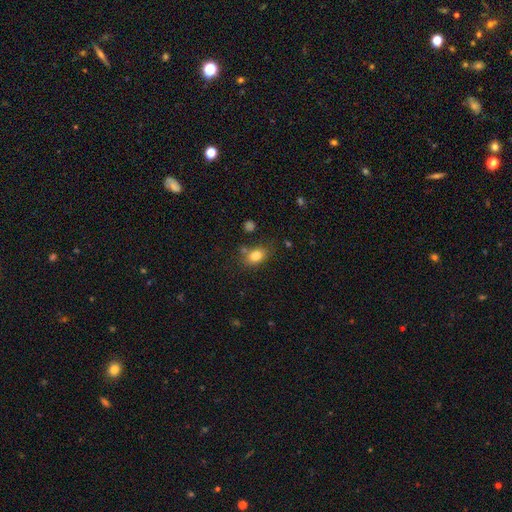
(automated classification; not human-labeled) Overall: smooth (80%). How rounded: in between (74%). Merging: none (70%).